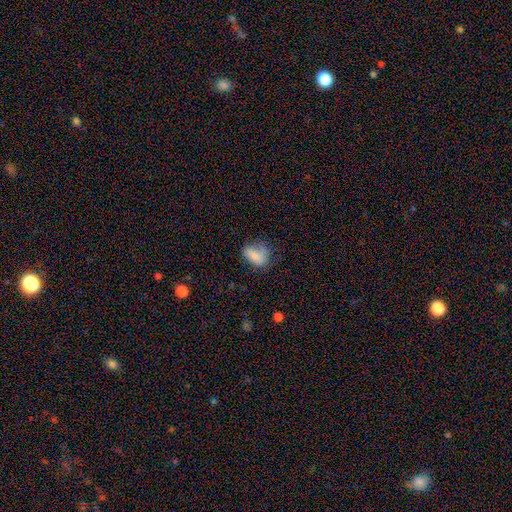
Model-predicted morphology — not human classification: Smooth or featured: smooth — 75% (featured or disk — 14%)
How rounded: in between — 77% (round — 21%)
Merging: none — 40% (minor disturbance — 31%)